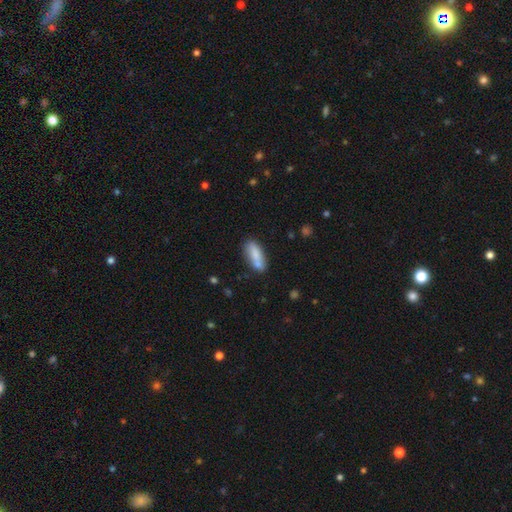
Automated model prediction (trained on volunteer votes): Overall: smooth (79%). How rounded: in between (64%; cigar-shaped 33%). Merging: none (59%).